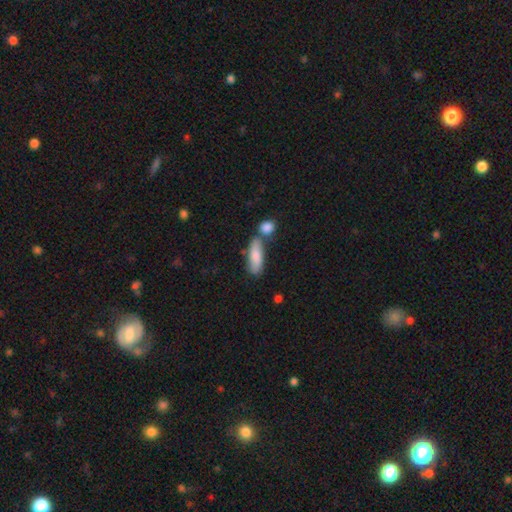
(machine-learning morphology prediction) Smooth or featured? Predicted: smooth (p=0.79). How rounded? Predicted: in between (p=0.62). Merging? Predicted: none (p=0.51).